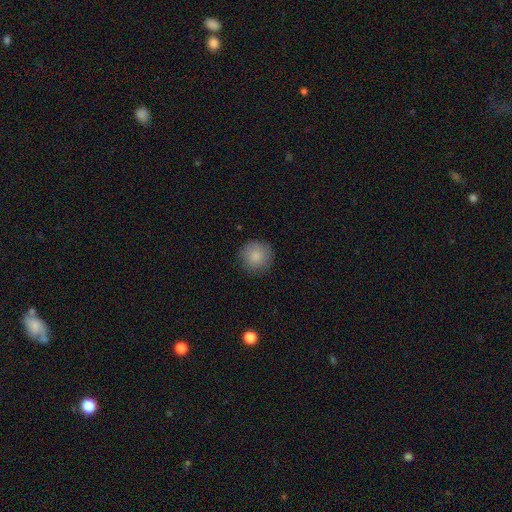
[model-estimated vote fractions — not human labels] Q: Smooth or featured?
A: smooth (85%); runner-up: star or artifact (8%)
Q: How rounded?
A: round (95%); runner-up: in between (4%)
Q: Merging?
A: none (87%); runner-up: minor disturbance (10%)